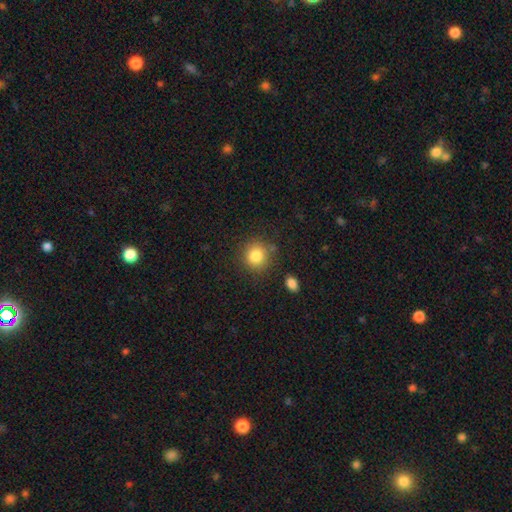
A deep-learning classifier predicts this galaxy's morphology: Smooth or featured? smooth (83%)
How rounded? round (90%)
Merging? none (82%)